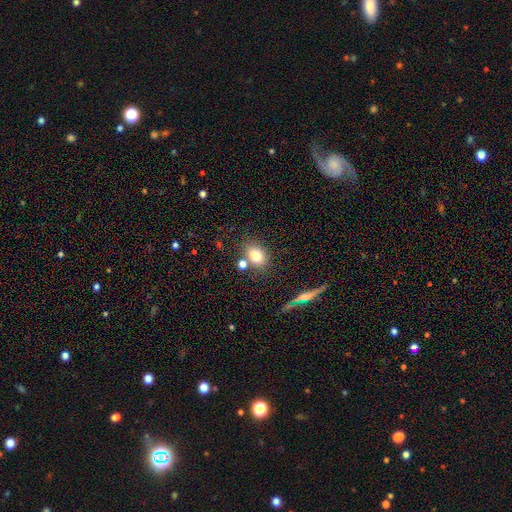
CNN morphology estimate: A smooth galaxy with no disk features (77%) that is in between round and cigar-shaped (59%).

Vote fractions:
- Smooth or featured? smooth: 77% / featured or disk: 12% / star or artifact: 11%
- How rounded? in between: 59% / round: 39% / cigar-shaped: 2%
- Merging? none: 68% / merger: 16% / minor disturbance: 12% / major disturbance: 4%